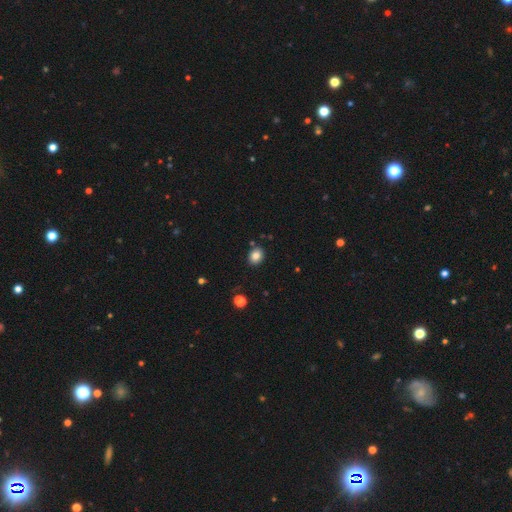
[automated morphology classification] The model was most divided on "how rounded": round: 51%, in between: 48%, cigar-shaped: 1%. More confident: merging — none (85%); smooth or featured — smooth (83%).